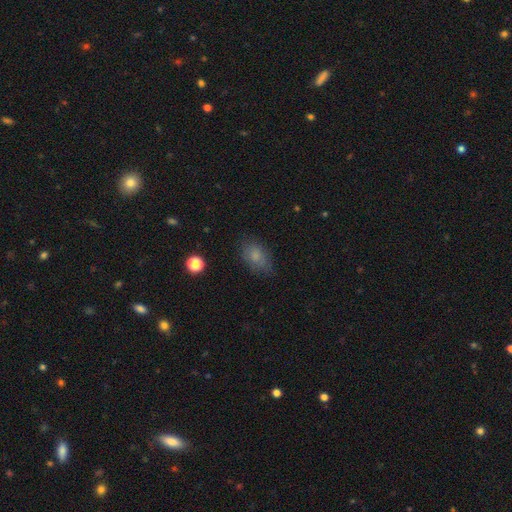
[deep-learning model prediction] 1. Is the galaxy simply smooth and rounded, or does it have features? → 79% smooth, 10% featured or disk, 10% star or artifact.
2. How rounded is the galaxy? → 86% in between, 12% round, 2% cigar-shaped.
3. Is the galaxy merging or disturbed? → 71% none, 21% minor disturbance, 7% major disturbance, 2% merger.